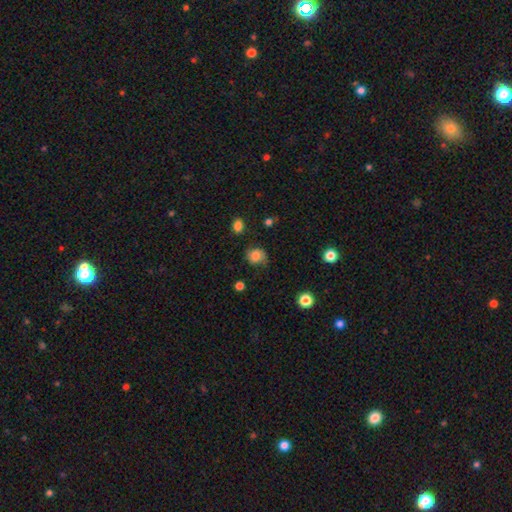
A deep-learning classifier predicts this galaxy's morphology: A smooth galaxy with no disk features (72%) that is round (73%). Merging: none (61%).